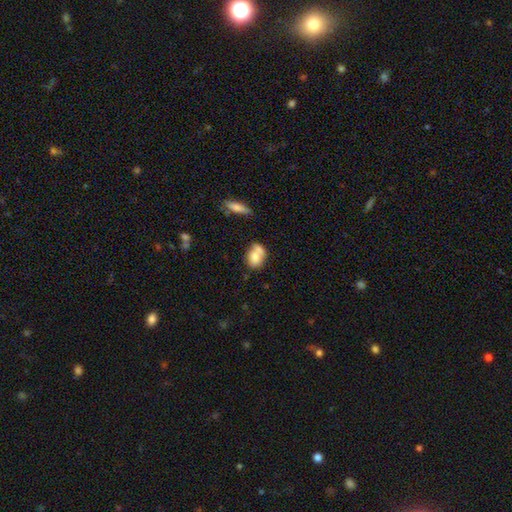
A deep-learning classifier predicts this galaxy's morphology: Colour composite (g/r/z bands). It shows a smooth galaxy with no disk features (72%) that is in between round and cigar-shaped (69%). Merging: merger (45%).